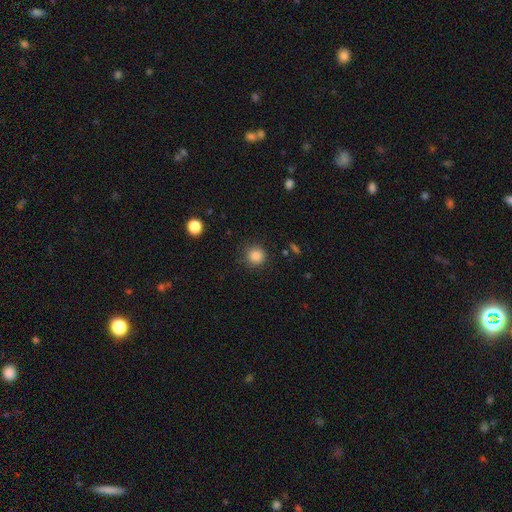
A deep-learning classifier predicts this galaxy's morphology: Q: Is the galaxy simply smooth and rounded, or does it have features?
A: smooth — 85%.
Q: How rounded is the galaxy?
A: round — 93%.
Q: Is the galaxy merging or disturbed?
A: none — 87%.